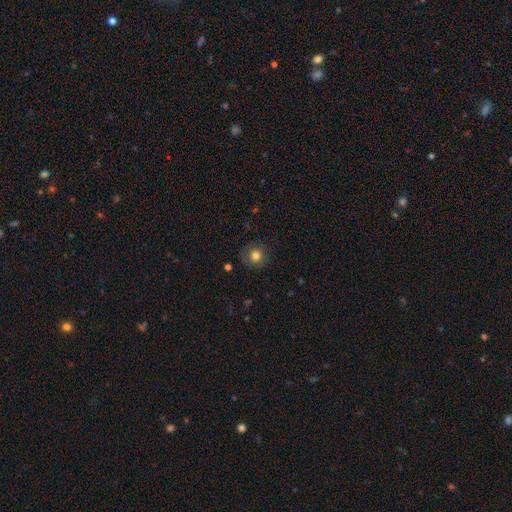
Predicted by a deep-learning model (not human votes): Smooth or featured? Predicted: smooth (p=0.79). How rounded? Predicted: round (p=0.93). Merging? Predicted: none (p=0.85).